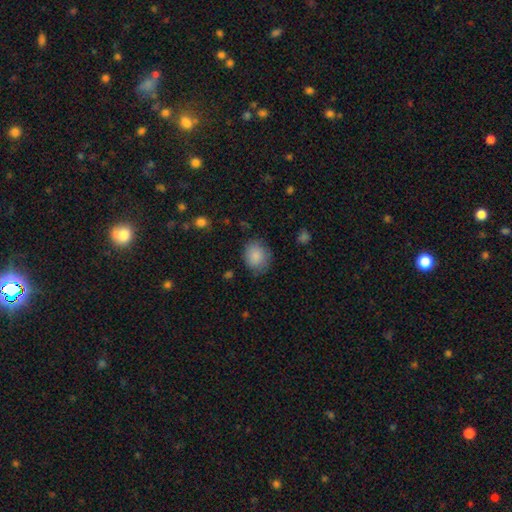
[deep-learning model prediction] Smooth or featured?
  - smooth: 86% *
  - star or artifact: 8%
  - featured or disk: 6%
How rounded?
  - round: 62% *
  - in between: 37%
  - cigar-shaped: 1%
Merging?
  - none: 78% *
  - minor disturbance: 17%
  - major disturbance: 5%
  - merger: 1%